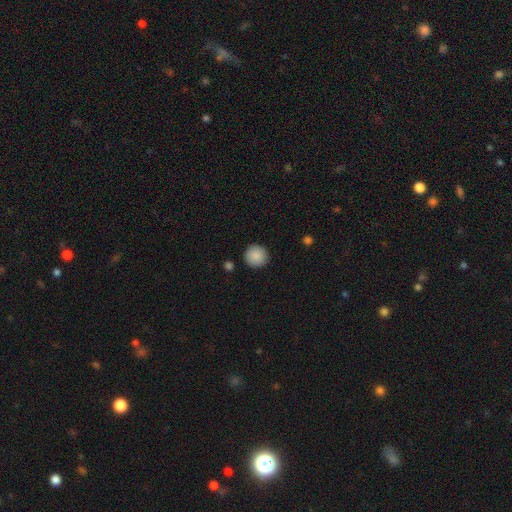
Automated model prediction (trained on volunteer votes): smooth-or-featured: smooth: 89% | star or artifact: 7% | featured or disk: 3%
  how-rounded: round: 95% | in between: 4% | cigar-shaped: 1%
  merging: none: 91% | minor disturbance: 6% | major disturbance: 2% | merger: 2%